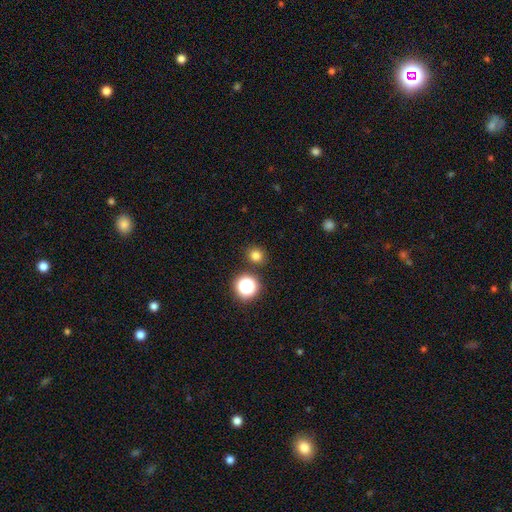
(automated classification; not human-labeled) The model was most divided on "smooth or featured": smooth: 77%, star or artifact: 18%, featured or disk: 5%. More confident: how rounded — round (87%); merging — none (86%).